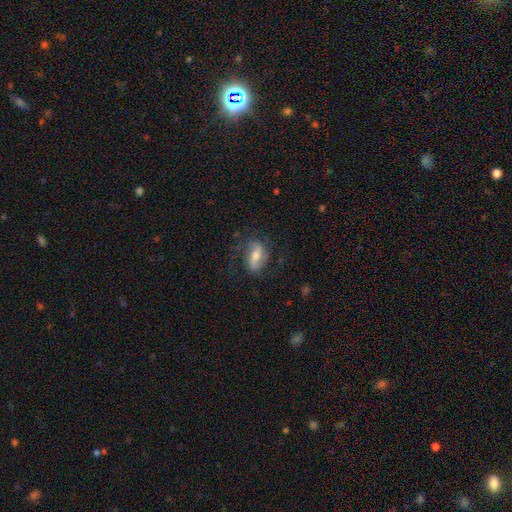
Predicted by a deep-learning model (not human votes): Smooth or featured: featured or disk — 60% (smooth — 32%)
Edge-on disk: no — 91% (yes — 9%)
Bar: strong — 39% (weak — 35%)
Spiral arms: yes — 84% (no — 16%)
Bulge size: moderate — 61% (small — 28%)
Merging: none — 69% (minor disturbance — 19%)